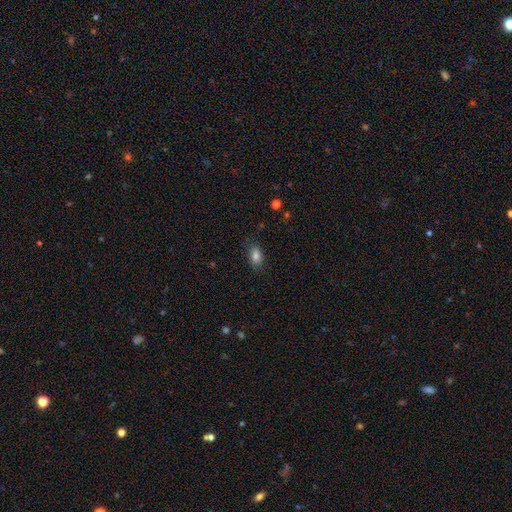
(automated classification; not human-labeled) Smooth or featured? smooth (83%)
How rounded? in between (86%)
Merging? none (80%)